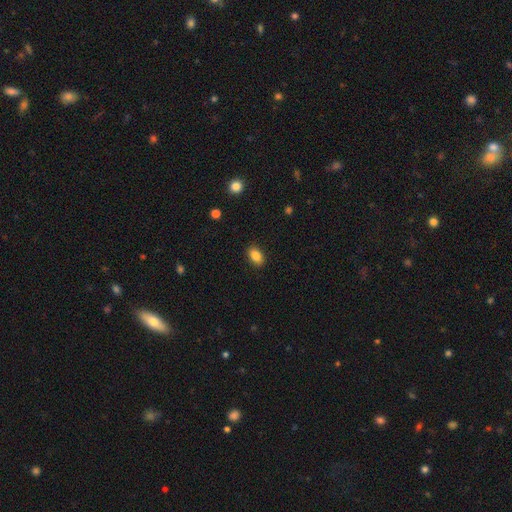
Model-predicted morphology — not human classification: This appears to be a smooth galaxy with no disk features (86%) that is in between round and cigar-shaped (86%). Merging: none (88%).